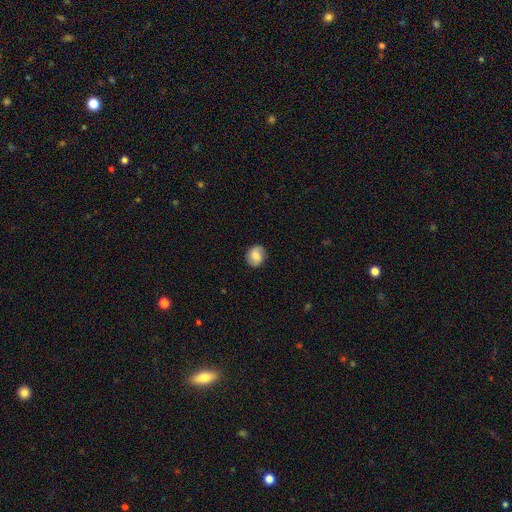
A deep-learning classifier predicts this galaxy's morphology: The model was most divided on "how rounded": round: 68%, in between: 31%, cigar-shaped: 1%. More confident: merging — none (84%); smooth or featured — smooth (72%).